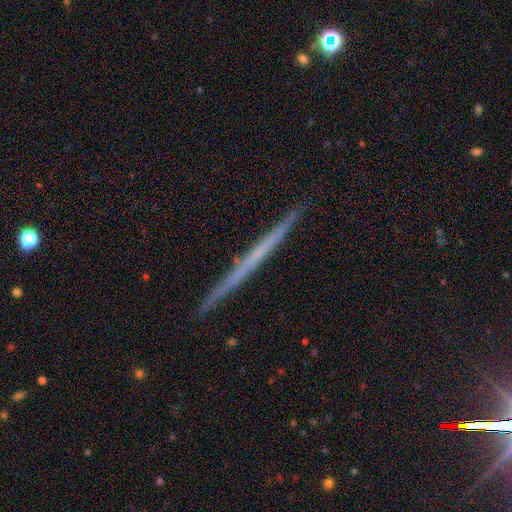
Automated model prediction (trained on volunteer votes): Smooth or featured?
  - featured or disk: 56% *
  - smooth: 34%
  - star or artifact: 9%
Edge-on disk?
  - yes: 98% *
  - no: 2%
Edge-on bulge?
  - none: 91% *
  - rounded: 6%
  - boxy: 3%
Merging?
  - none: 92% *
  - minor disturbance: 6%
  - major disturbance: 1%
  - merger: 1%